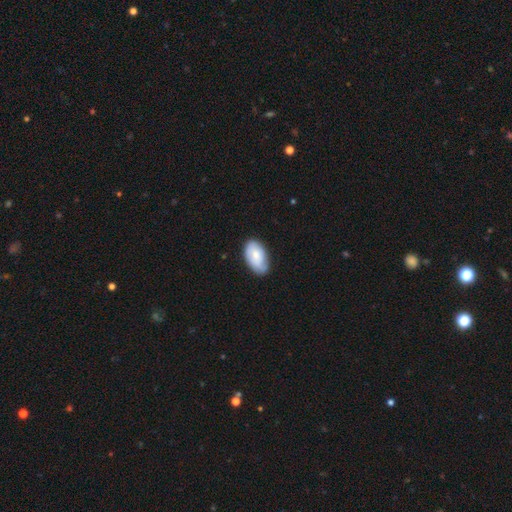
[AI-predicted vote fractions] Morphology: type=smooth (66%); roundness=in between (94%); merging=none (69%).